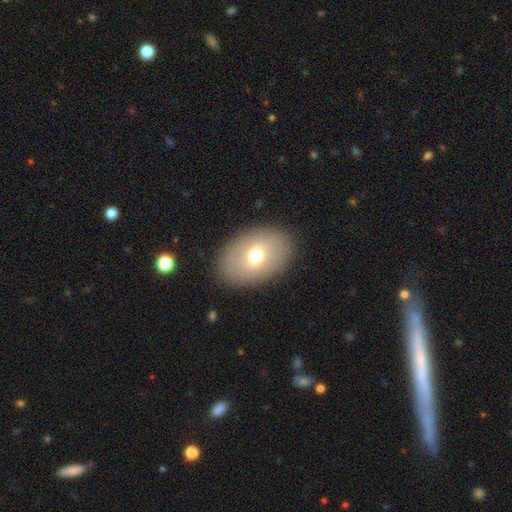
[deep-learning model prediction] A smooth galaxy with no disk features (65%) that is in between round and cigar-shaped (83%).

Vote fractions:
- Smooth or featured? smooth: 65% / featured or disk: 26% / star or artifact: 9%
- How rounded? in between: 83% / round: 16% / cigar-shaped: 1%
- Merging? none: 88% / minor disturbance: 8% / major disturbance: 3% / merger: 1%